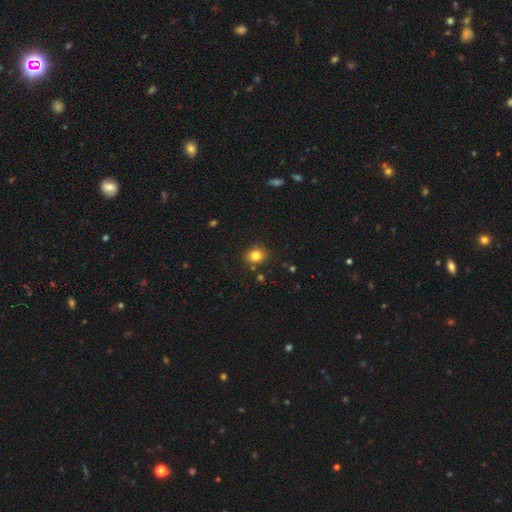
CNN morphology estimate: Smooth or featured?
  - smooth: 82% *
  - star or artifact: 11%
  - featured or disk: 7%
How rounded?
  - round: 57% *
  - in between: 42%
  - cigar-shaped: 1%
Merging?
  - none: 83% *
  - minor disturbance: 10%
  - merger: 4%
  - major disturbance: 3%